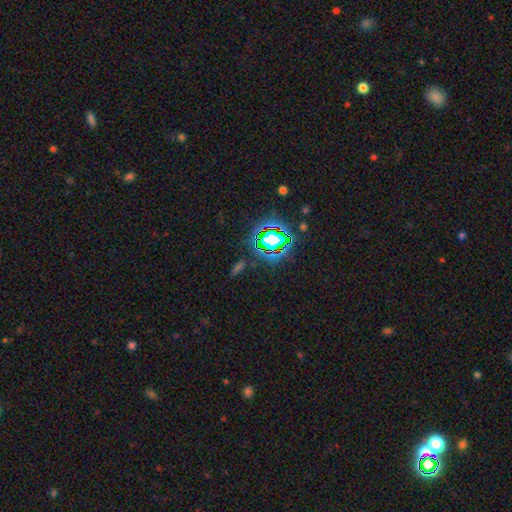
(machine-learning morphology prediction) Smooth or featured? star or artifact (76%)